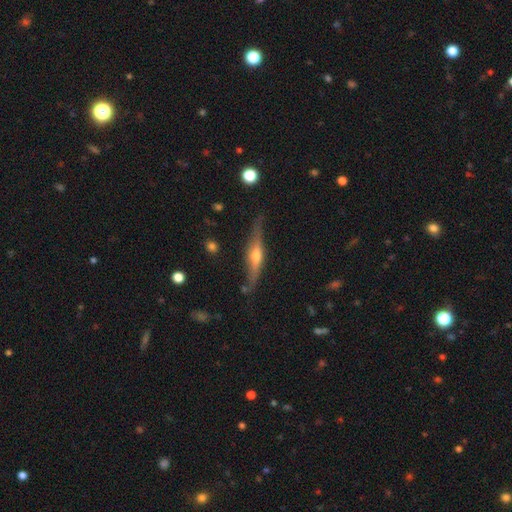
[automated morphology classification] featured or disk 74%, smooth 20%, star or artifact 6%. Down the decision tree: edge-on disk — yes (95%); edge-on bulge — rounded (88%); merging — none (78%).